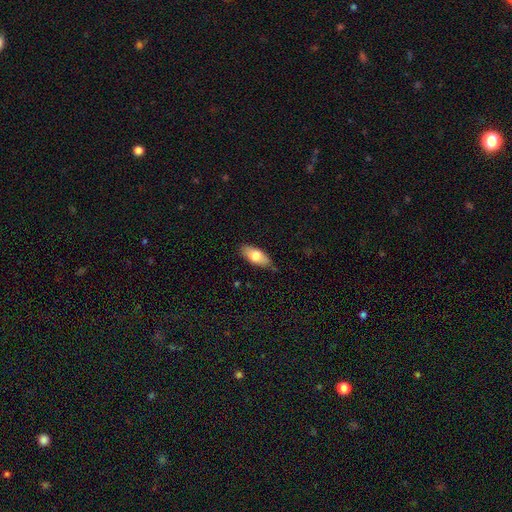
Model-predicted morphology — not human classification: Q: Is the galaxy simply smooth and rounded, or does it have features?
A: smooth — 76%.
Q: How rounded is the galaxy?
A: in between — 85%.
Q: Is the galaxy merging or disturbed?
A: none — 79%.